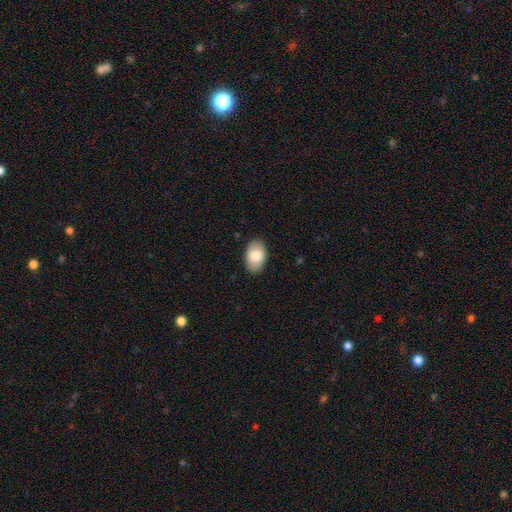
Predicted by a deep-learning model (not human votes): Smooth or featured: smooth — 83% (featured or disk — 11%)
How rounded: in between — 92% (round — 6%)
Merging: none — 88% (minor disturbance — 9%)